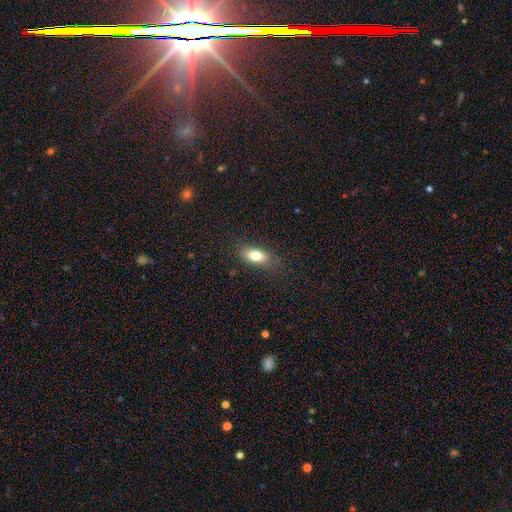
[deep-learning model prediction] This appears to be a smooth galaxy with no disk features (78%) that is in between round and cigar-shaped (83%). Merging: none (82%).